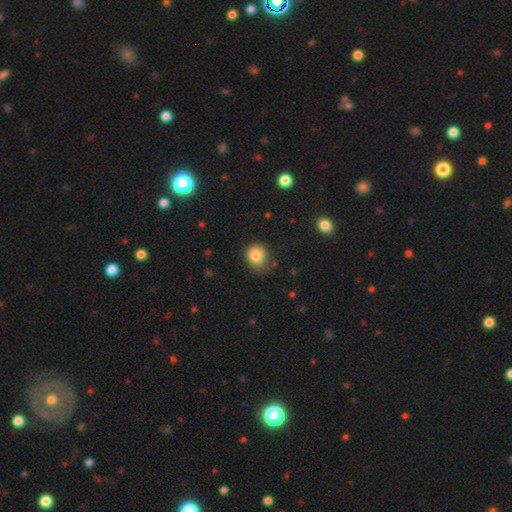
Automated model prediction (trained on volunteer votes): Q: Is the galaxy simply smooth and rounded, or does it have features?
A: smooth — 82%.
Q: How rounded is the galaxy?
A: round — 77%.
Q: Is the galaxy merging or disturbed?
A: none — 69%.